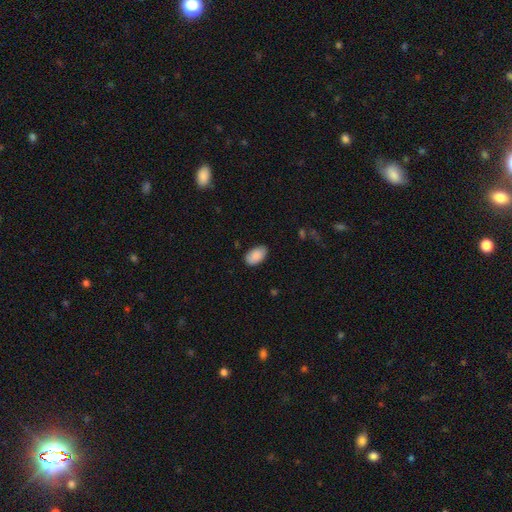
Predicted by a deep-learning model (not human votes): Q: Smooth or featured?
A: smooth (90%); runner-up: star or artifact (6%)
Q: How rounded?
A: in between (95%); runner-up: round (4%)
Q: Merging?
A: none (85%); runner-up: minor disturbance (12%)